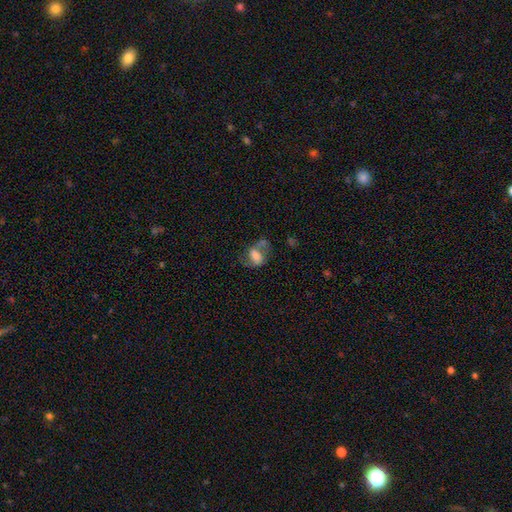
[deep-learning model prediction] Smooth or featured? Predicted: featured or disk (p=0.50). Merging? Predicted: none (p=0.44).